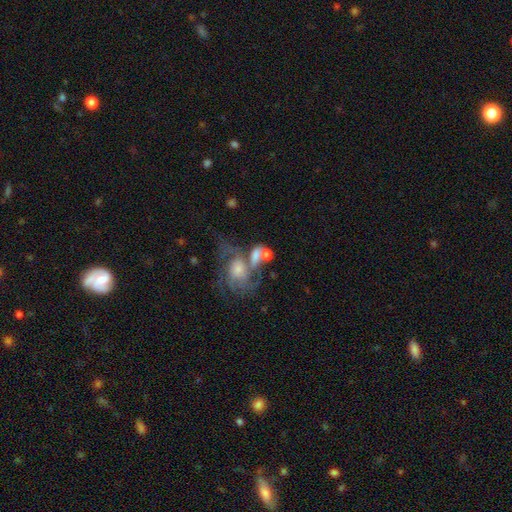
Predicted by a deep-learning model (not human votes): smooth-or-featured: featured or disk: 53% | smooth: 36% | star or artifact: 11%
  disk-edge-on: no: 95% | yes: 5%
    bar: no: 73% | weak: 21% | strong: 6%
    has-spiral-arms: yes: 64% | no: 36%
    bulge-size: moderate: 40% | small: 31% | large: 13% | none: 12% | dominant: 3%
  merging: merger: 45% | none: 24% | major disturbance: 19% | minor disturbance: 12%